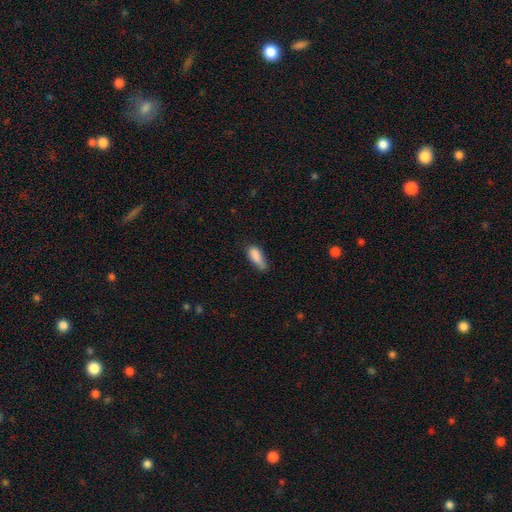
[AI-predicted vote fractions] Smooth or featured? Predicted: smooth (p=0.86). How rounded? Predicted: in between (p=0.74). Merging? Predicted: none (p=0.51).